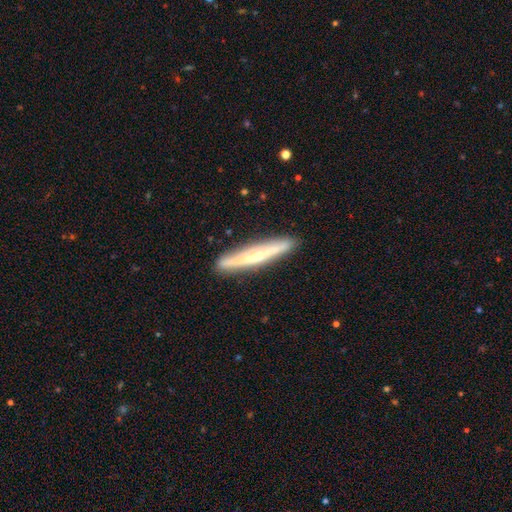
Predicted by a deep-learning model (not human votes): A featured or disk galaxy (56%) viewed edge-on (92%) with a rounded central bulge (61%). Merging: none (90%).